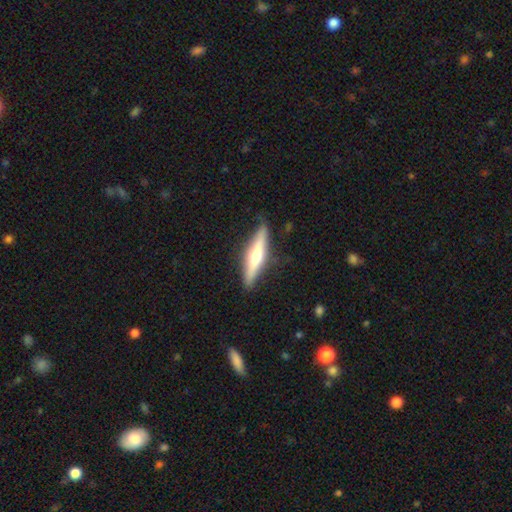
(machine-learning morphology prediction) Smooth or featured? featured or disk (55%)
Edge-on disk? yes (93%)
Edge-on bulge? rounded (88%)
Merging? none (84%)